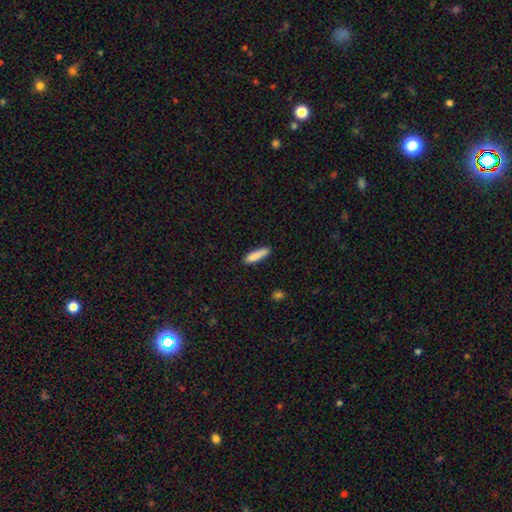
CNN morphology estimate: A smooth galaxy with no disk features (87%) that is cigar-shaped (74%).

Vote fractions:
- Smooth or featured? smooth: 87% / featured or disk: 7% / star or artifact: 6%
- How rounded? cigar-shaped: 74% / in between: 25% / round: 1%
- Merging? none: 85% / minor disturbance: 11% / major disturbance: 2% / merger: 1%